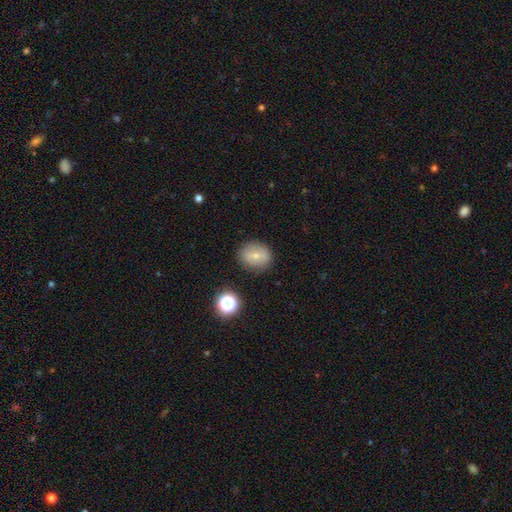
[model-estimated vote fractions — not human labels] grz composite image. It shows a smooth galaxy with no disk features (68%) that is round (62%). Merging: none (83%).